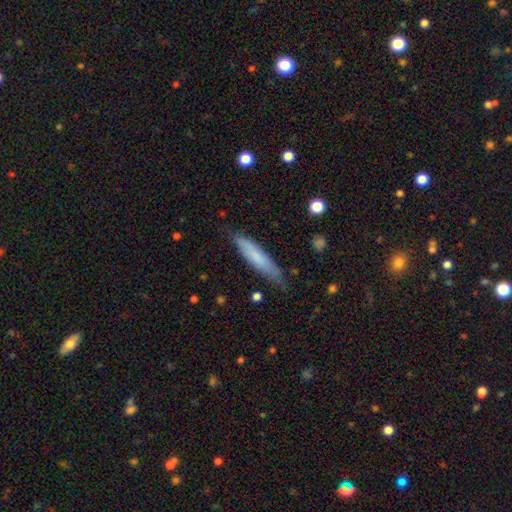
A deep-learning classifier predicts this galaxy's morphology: A smooth galaxy with no disk features (73%) that is cigar-shaped (85%).

Vote fractions:
- Smooth or featured? smooth: 73% / featured or disk: 21% / star or artifact: 6%
- How rounded? cigar-shaped: 85% / in between: 14% / round: 1%
- Merging? none: 73% / minor disturbance: 21% / major disturbance: 4% / merger: 2%